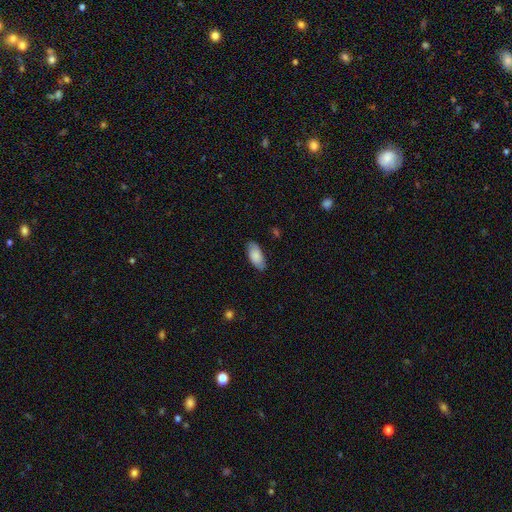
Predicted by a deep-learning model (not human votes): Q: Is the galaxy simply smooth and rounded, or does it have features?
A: smooth — 82%.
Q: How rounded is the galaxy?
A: in between — 90%.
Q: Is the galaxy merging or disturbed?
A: none — 82%.